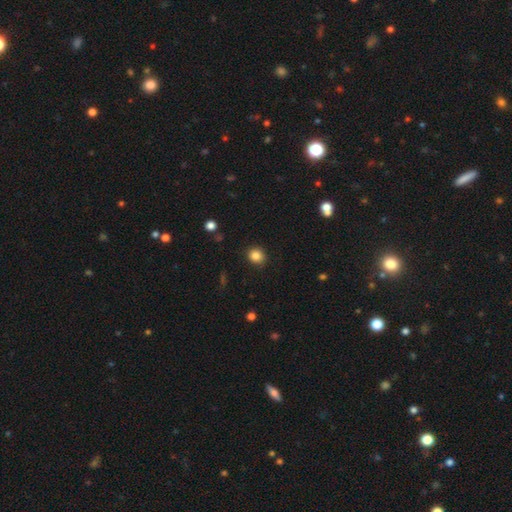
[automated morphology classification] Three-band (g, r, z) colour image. It shows a smooth galaxy with no disk features (85%) that is round (83%). Merging: none (89%).